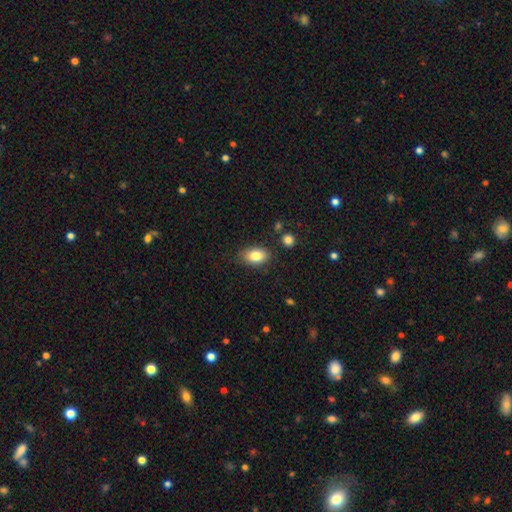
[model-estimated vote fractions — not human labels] This appears to be a smooth galaxy with no disk features (82%) that is in between round and cigar-shaped (88%). Merging: none (81%).